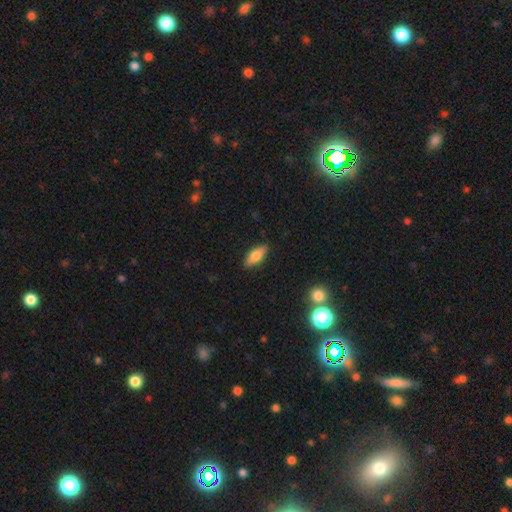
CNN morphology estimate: A smooth galaxy with no disk features (76%) that is in between round and cigar-shaped (78%). Merging: none (88%).